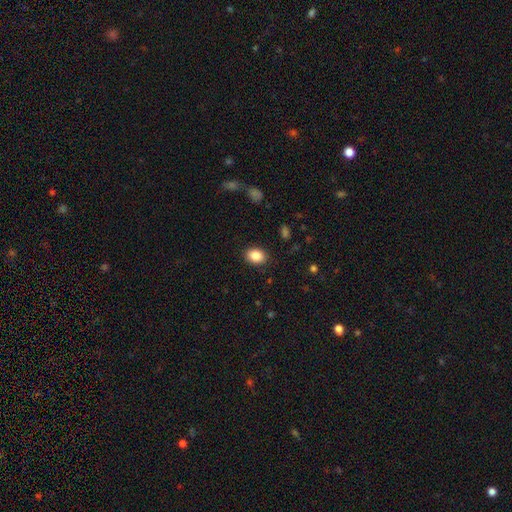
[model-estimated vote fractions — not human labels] Smooth or featured? smooth (86%)
How rounded? in between (72%)
Merging? none (88%)